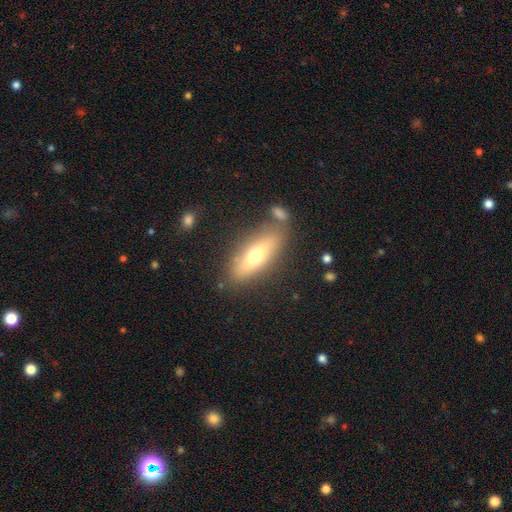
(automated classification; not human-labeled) A smooth galaxy with no disk features (60%) that is in between round and cigar-shaped (52%).

Vote fractions:
- Smooth or featured? smooth: 60% / featured or disk: 33% / star or artifact: 7%
- How rounded? in between: 52% / cigar-shaped: 46% / round: 2%
- Merging? none: 74% / minor disturbance: 13% / merger: 9% / major disturbance: 4%